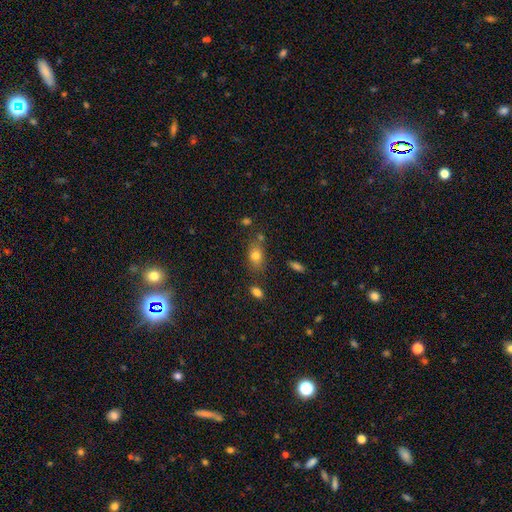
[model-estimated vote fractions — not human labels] Smooth or featured? Predicted: smooth (p=0.79). How rounded? Predicted: in between (p=0.76). Merging? Predicted: none (p=0.66).